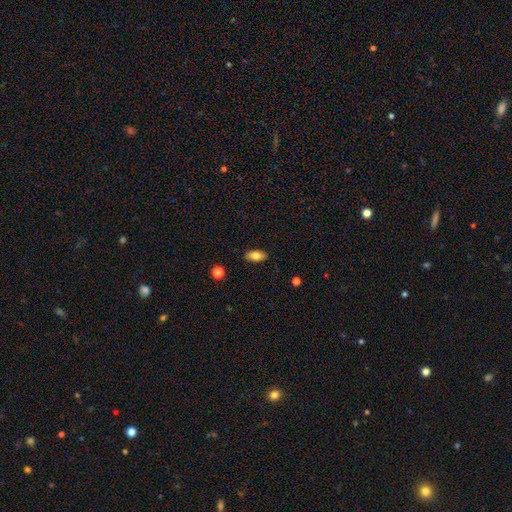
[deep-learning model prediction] A smooth galaxy with no disk features (79%) that is in between round and cigar-shaped (89%).

Vote fractions:
- Smooth or featured? smooth: 79% / featured or disk: 13% / star or artifact: 8%
- How rounded? in between: 89% / cigar-shaped: 7% / round: 4%
- Merging? none: 88% / minor disturbance: 9% / major disturbance: 2% / merger: 1%